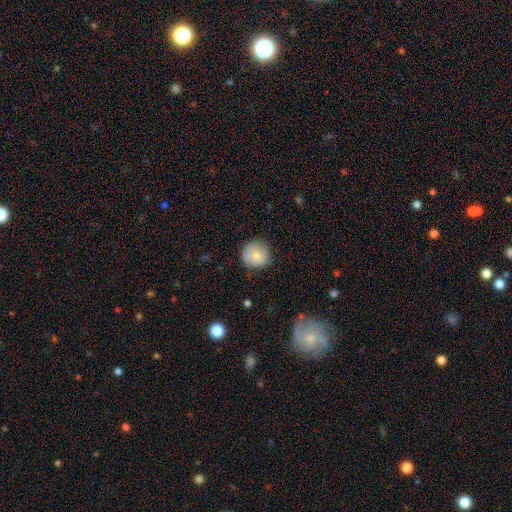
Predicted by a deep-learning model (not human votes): smooth_or_featured: smooth (p=0.82) [alt: featured or disk p=0.11]
how_rounded: round (p=0.93) [alt: in between p=0.06]
merging: none (p=0.80) [alt: minor disturbance p=0.16]